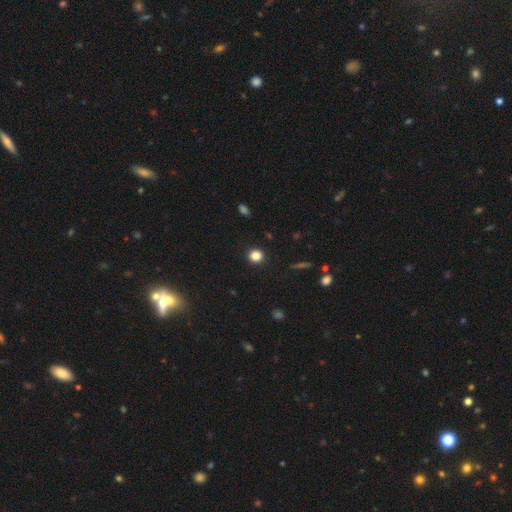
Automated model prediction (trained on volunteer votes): Overall: smooth (84%). How rounded: round (92%). Merging: none (92%).